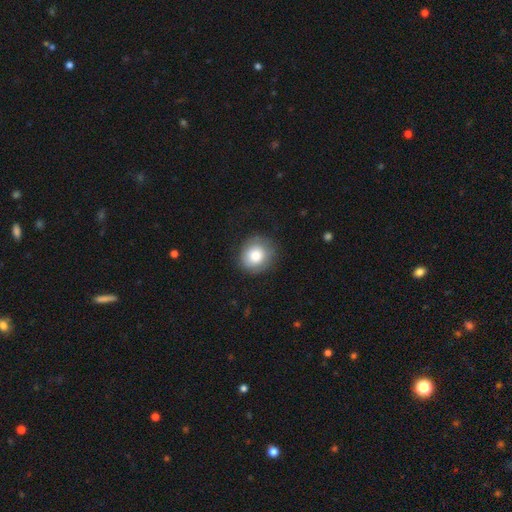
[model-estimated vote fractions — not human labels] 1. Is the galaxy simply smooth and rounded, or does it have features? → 78% smooth, 14% featured or disk, 8% star or artifact.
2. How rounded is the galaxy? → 87% round, 12% in between, 1% cigar-shaped.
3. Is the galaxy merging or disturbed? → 80% none, 14% minor disturbance, 5% major disturbance, 1% merger.